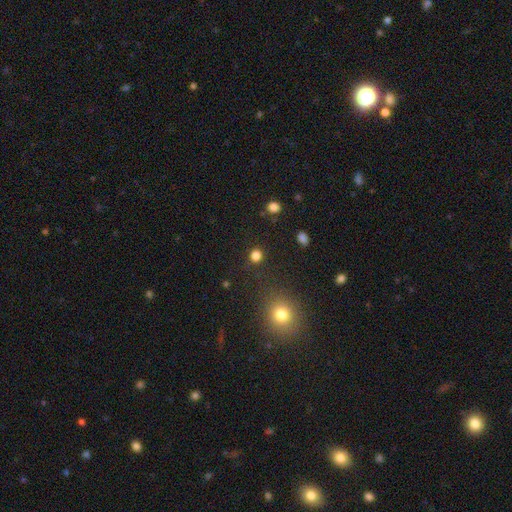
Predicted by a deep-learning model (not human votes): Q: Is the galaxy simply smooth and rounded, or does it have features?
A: smooth — 80%.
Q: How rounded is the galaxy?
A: round — 87%.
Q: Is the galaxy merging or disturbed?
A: none — 87%.